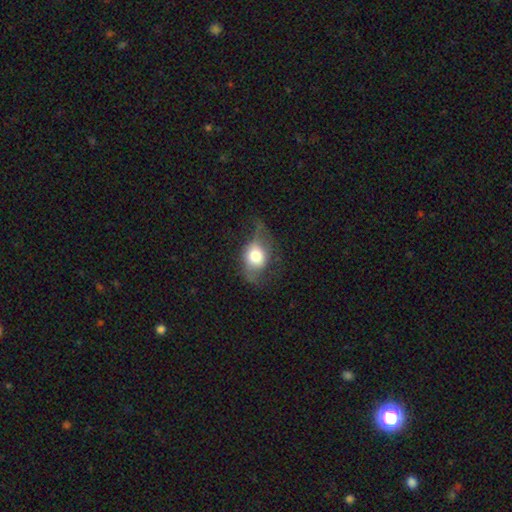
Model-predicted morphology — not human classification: This is possibly a smooth galaxy (58%). How rounded: possibly in between (55%). Merging: marginally none (36%).